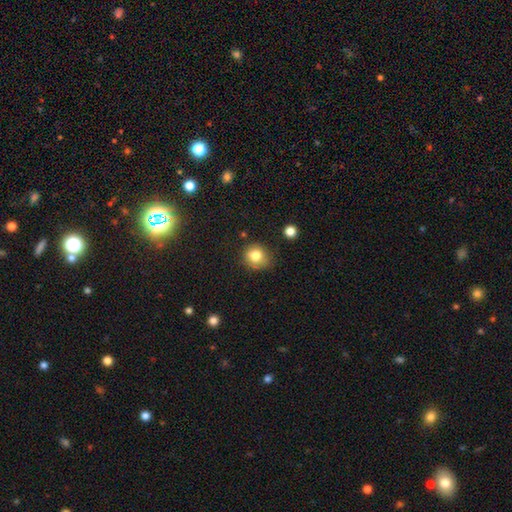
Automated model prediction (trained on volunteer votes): A smooth galaxy with no disk features (81%) that is round (81%).

Vote fractions:
- Smooth or featured? smooth: 81% / star or artifact: 11% / featured or disk: 8%
- How rounded? round: 81% / in between: 18% / cigar-shaped: 1%
- Merging? none: 71% / minor disturbance: 21% / major disturbance: 5% / merger: 3%